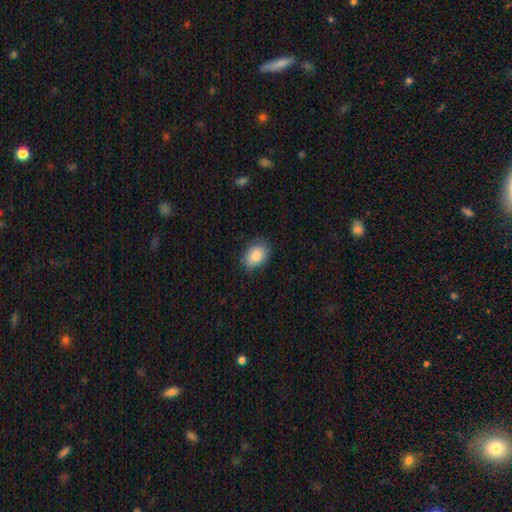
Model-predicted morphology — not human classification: A smooth galaxy with no disk features (86%) that is in between round and cigar-shaped (77%).

Vote fractions:
- Smooth or featured? smooth: 86% / star or artifact: 7% / featured or disk: 7%
- How rounded? in between: 77% / round: 22% / cigar-shaped: 1%
- Merging? none: 79% / minor disturbance: 17% / major disturbance: 3% / merger: 1%